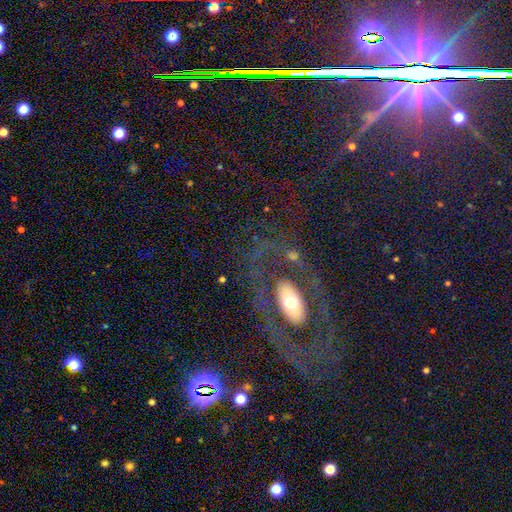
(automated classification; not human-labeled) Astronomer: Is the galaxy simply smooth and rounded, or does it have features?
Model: featured or disk — 59%.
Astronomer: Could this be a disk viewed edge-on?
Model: no — 86%.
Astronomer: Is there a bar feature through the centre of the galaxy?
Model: no — 73%.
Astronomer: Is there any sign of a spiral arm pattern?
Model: no — 57% (runner-up: yes, 43%).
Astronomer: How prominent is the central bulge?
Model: moderate — 61%.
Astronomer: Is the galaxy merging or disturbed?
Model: none — 76%.